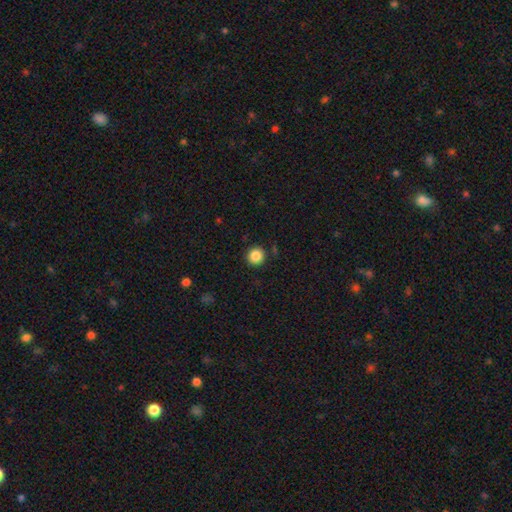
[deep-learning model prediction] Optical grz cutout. It shows a smooth galaxy with no disk features (86%) that is round (95%). Merging: none (91%).